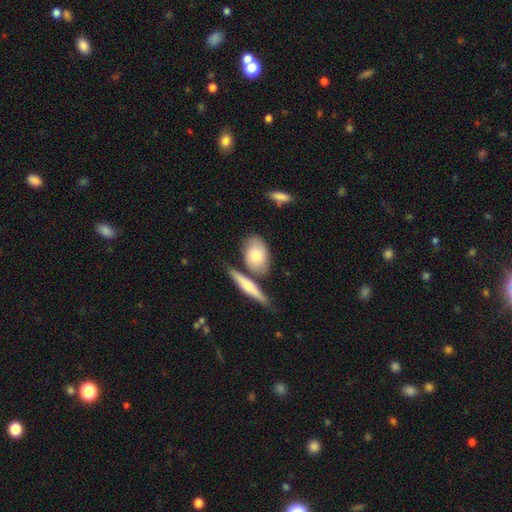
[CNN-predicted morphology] This appears to be a smooth galaxy with no disk features (71%) that is in between round and cigar-shaped (77%). Merging: none (62%).